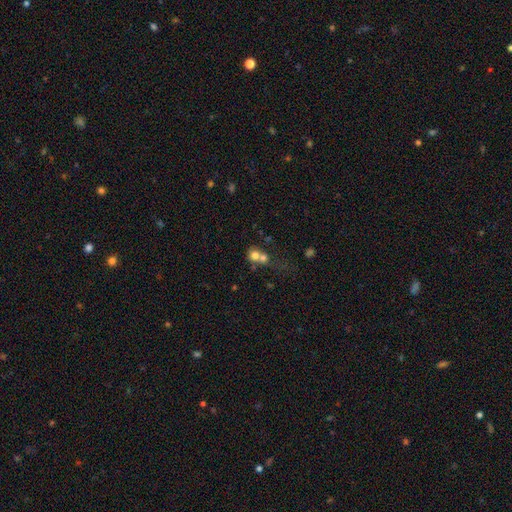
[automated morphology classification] smooth_or_featured: smooth (p=0.70) [alt: featured or disk p=0.17]
how_rounded: round (p=0.81) [alt: in between p=0.18]
merging: merger (p=0.61) [alt: none p=0.28]